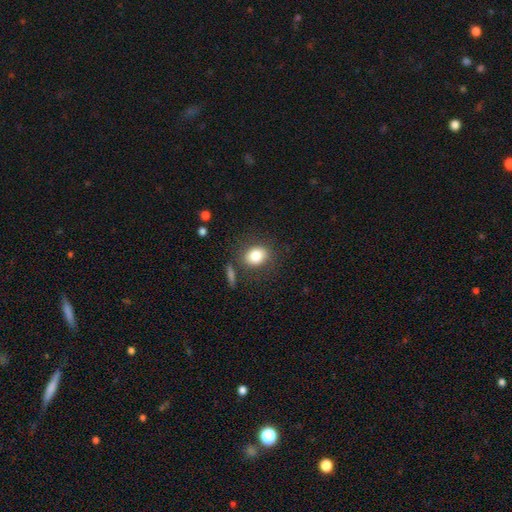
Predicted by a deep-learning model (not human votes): Q: Smooth or featured?
A: smooth (81%); runner-up: featured or disk (10%)
Q: How rounded?
A: in between (50%); runner-up: round (49%)
Q: Merging?
A: none (78%); runner-up: minor disturbance (12%)